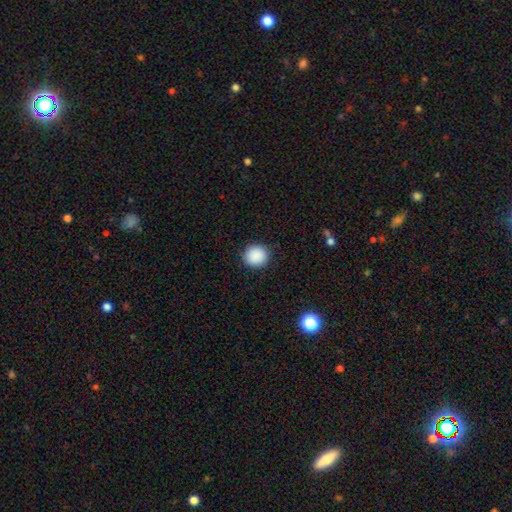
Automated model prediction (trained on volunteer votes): Q: Smooth or featured?
A: smooth (89%); runner-up: star or artifact (8%)
Q: How rounded?
A: round (92%); runner-up: in between (7%)
Q: Merging?
A: none (91%); runner-up: minor disturbance (6%)